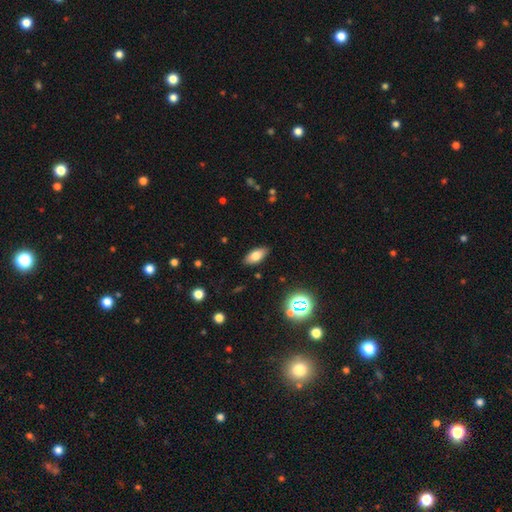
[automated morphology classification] Smooth or featured? Predicted: smooth (p=0.76). How rounded? Predicted: in between (p=0.85). Merging? Predicted: none (p=0.87).